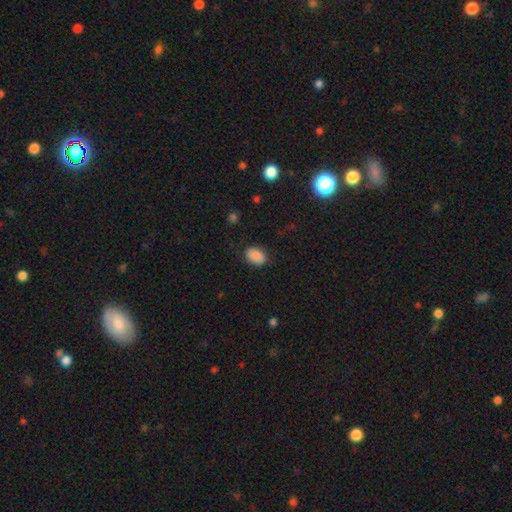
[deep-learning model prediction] The model was most divided on "how rounded": in between: 81%, round: 18%, cigar-shaped: 1%. More confident: smooth or featured — smooth (85%); merging — none (80%).